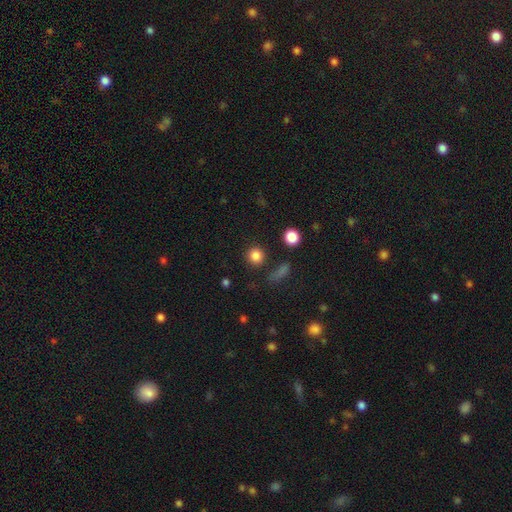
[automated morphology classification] This appears to be a smooth galaxy with no disk features (84%) that is round (91%). Merging: none (84%).